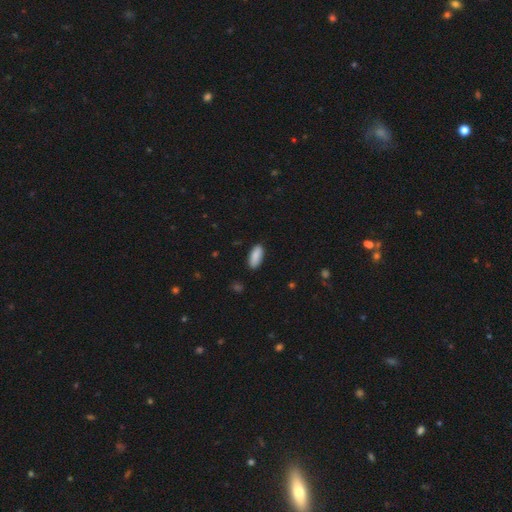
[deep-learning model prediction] A smooth galaxy with no disk features (89%) that is in between round and cigar-shaped (82%). Merging: none (87%).